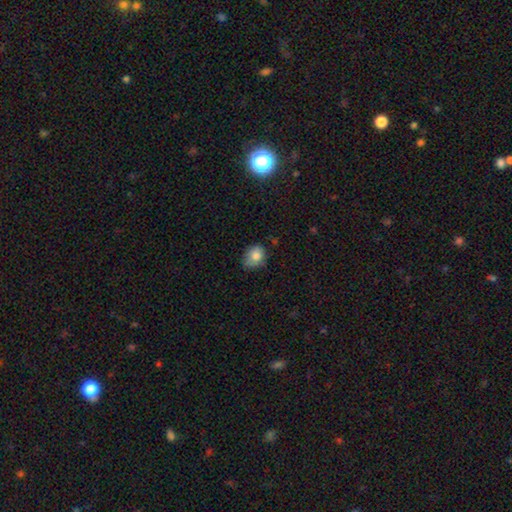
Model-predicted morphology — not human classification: smooth 80%, featured or disk 11%, star or artifact 9%. Down the decision tree: how rounded — in between (57%); merging — none (58%).